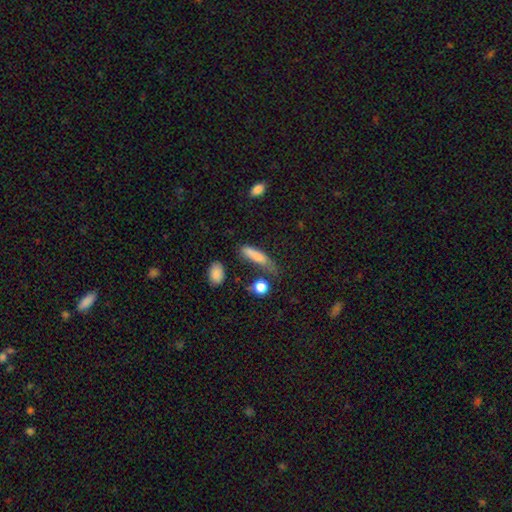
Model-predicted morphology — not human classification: The model was most divided on "merging": none: 41%, minor disturbance: 29%, major disturbance: 20%, merger: 10%. More confident: smooth or featured — smooth (79%); how rounded — cigar-shaped (64%).